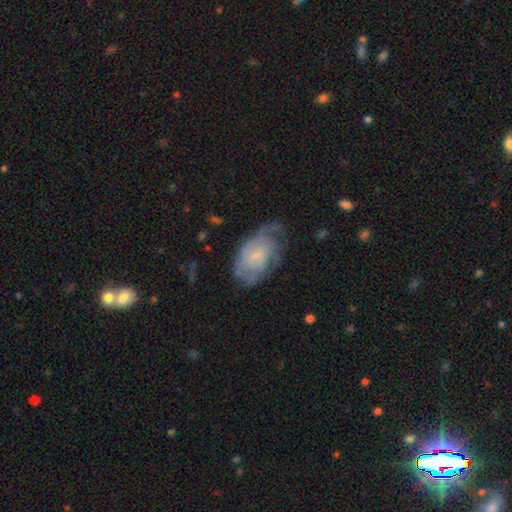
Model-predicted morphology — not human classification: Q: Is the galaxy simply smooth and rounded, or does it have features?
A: featured or disk — 62%.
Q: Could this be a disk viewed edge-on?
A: no — 96%.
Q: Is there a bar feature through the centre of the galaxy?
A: no — 70%.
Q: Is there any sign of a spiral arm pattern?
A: yes — 85%.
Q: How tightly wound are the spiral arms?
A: tight — 50%.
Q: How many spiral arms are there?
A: can't tell — 44%.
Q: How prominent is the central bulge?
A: small — 53%.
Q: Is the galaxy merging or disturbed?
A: none — 56%.